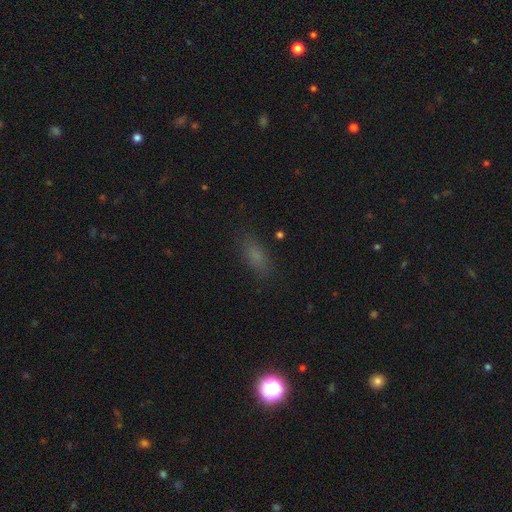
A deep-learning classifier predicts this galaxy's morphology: The model was most divided on "how rounded": in between: 72%, cigar-shaped: 22%, round: 5%. More confident: merging — none (82%); smooth or featured — smooth (75%).